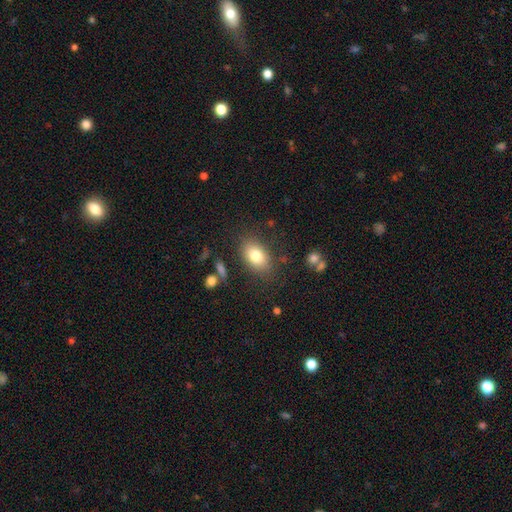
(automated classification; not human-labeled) A smooth galaxy with no disk features (80%) that is in between round and cigar-shaped (84%). Merging: none (81%).